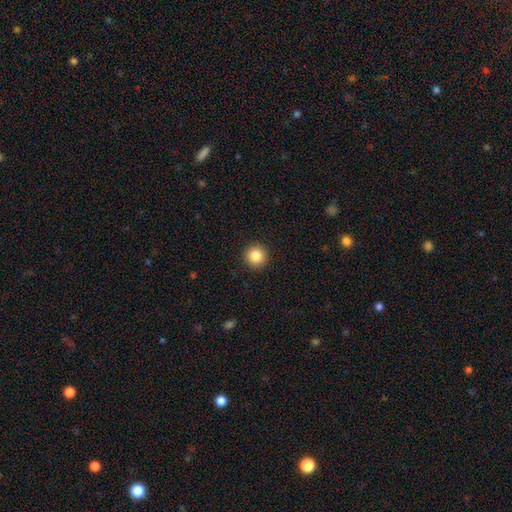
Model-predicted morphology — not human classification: Smooth or featured? Predicted: smooth (p=0.85). How rounded? Predicted: round (p=0.95). Merging? Predicted: none (p=0.93).